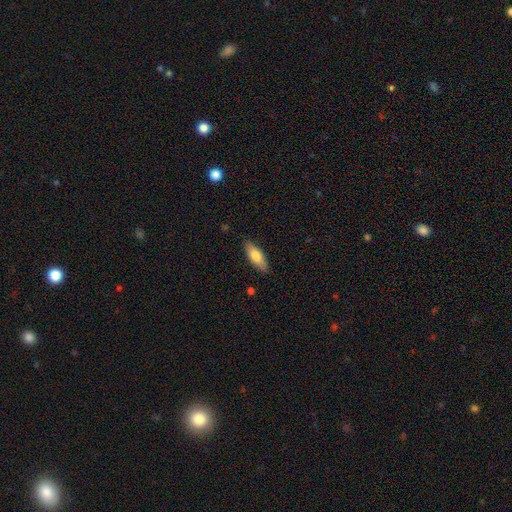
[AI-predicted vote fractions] Smooth or featured? Predicted: smooth (p=0.72). How rounded? Predicted: in between (p=0.61). Merging? Predicted: none (p=0.87).